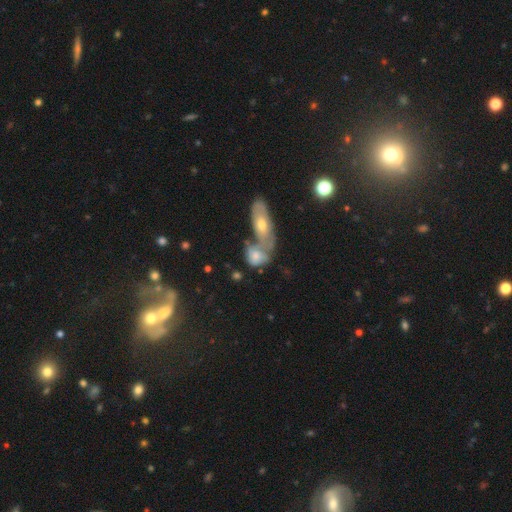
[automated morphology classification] Smooth or featured?
  - smooth: 61% *
  - featured or disk: 32%
  - star or artifact: 8%
How rounded?
  - in between: 74% *
  - round: 19%
  - cigar-shaped: 8%
Merging?
  - merger: 60% *
  - none: 23%
  - minor disturbance: 11%
  - major disturbance: 7%